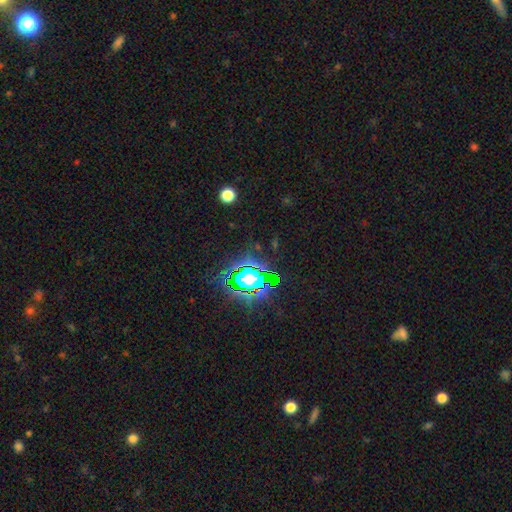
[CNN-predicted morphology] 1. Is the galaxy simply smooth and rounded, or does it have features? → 79% star or artifact, 13% smooth, 8% featured or disk.